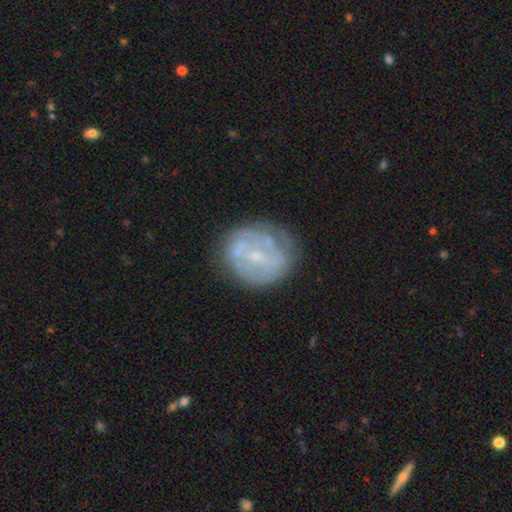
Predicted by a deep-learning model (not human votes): featured or disk 64%, smooth 27%, star or artifact 9%. Down the decision tree: edge-on disk — no (97%); bar — no (46%); spiral arms — yes (51%); bulge size — small (66%); merging — none (69%).